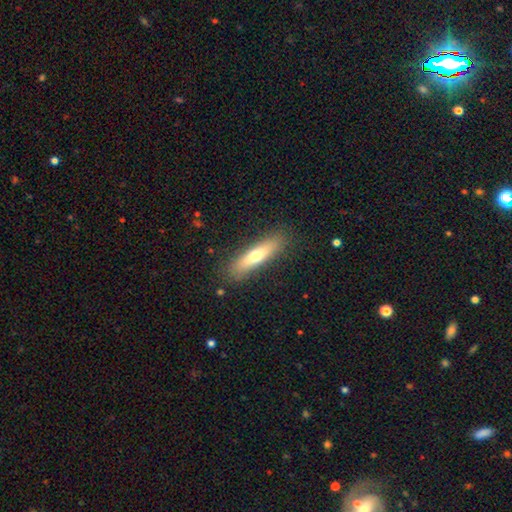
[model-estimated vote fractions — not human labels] Smooth or featured? Predicted: smooth (p=0.62). How rounded? Predicted: cigar-shaped (p=0.75). Merging? Predicted: none (p=0.86).